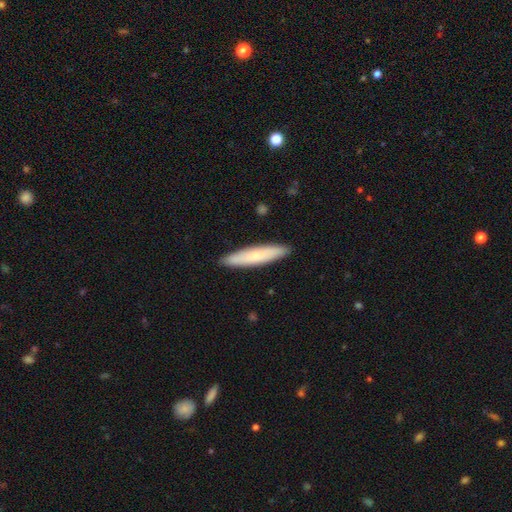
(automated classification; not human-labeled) This is likely a smooth galaxy (69%). How rounded: clearly cigar-shaped (88%). Merging: clearly none (90%).